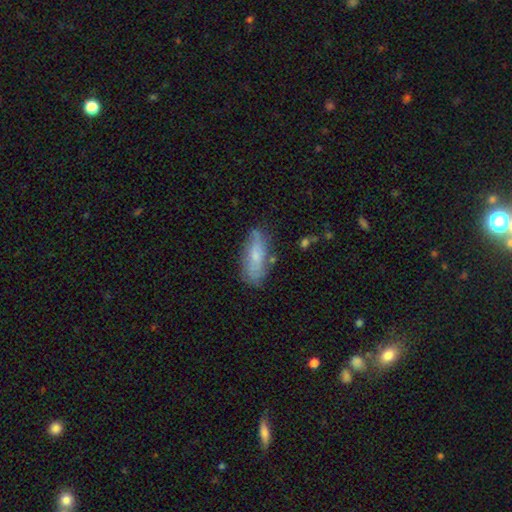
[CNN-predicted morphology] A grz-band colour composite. It shows a smooth galaxy with no disk features (57%) that is in between round and cigar-shaped (70%). Merging: none (68%).